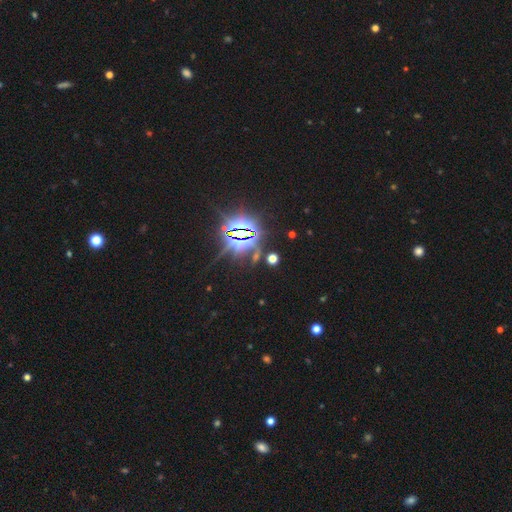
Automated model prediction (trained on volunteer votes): A star or artifact, not a galaxy (85%).

Vote fractions:
- Smooth or featured? star or artifact: 85% / smooth: 7% / featured or disk: 7%